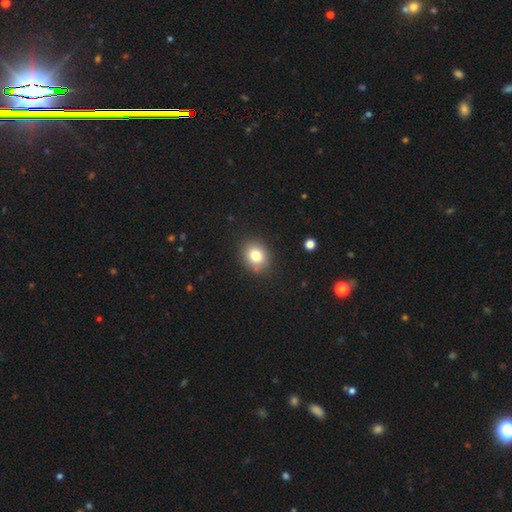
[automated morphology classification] A smooth galaxy with no disk features (81%) that is round (56%).

Vote fractions:
- Smooth or featured? smooth: 81% / star or artifact: 10% / featured or disk: 9%
- How rounded? round: 56% / in between: 43% / cigar-shaped: 1%
- Merging? none: 84% / minor disturbance: 11% / major disturbance: 3% / merger: 2%